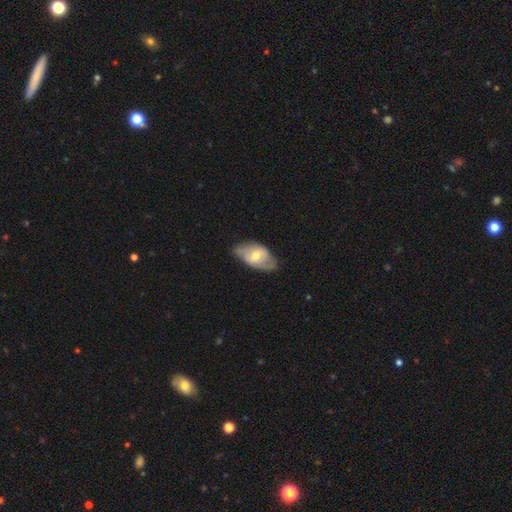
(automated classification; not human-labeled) This appears to be a featured or disk galaxy (52%). Merging: none (63%).